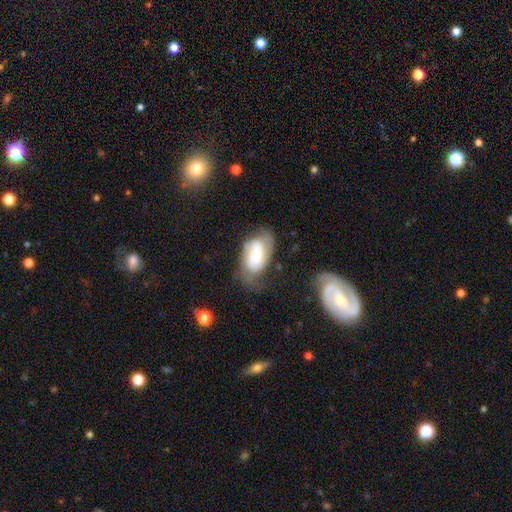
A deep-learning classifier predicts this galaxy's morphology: Smooth or featured?
  - smooth: 49% *
  - featured or disk: 44%
  - star or artifact: 8%
Merging?
  - none: 41% *
  - minor disturbance: 31%
  - major disturbance: 22%
  - merger: 6%